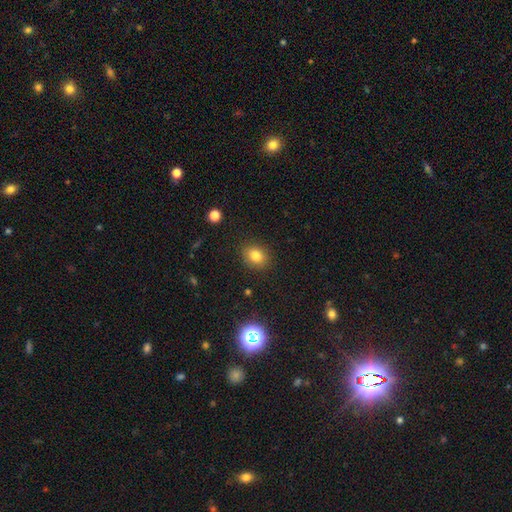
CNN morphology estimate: smooth 80%, star or artifact 12%, featured or disk 7%. Down the decision tree: how rounded — round (52%); merging — none (87%).